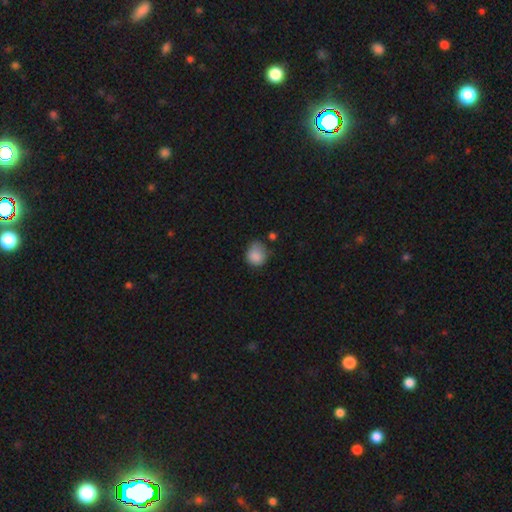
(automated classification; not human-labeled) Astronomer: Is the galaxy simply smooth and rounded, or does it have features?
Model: smooth — 85%.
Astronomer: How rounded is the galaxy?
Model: round — 71%.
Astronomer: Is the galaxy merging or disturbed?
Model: none — 49% (runner-up: minor disturbance, 36%).